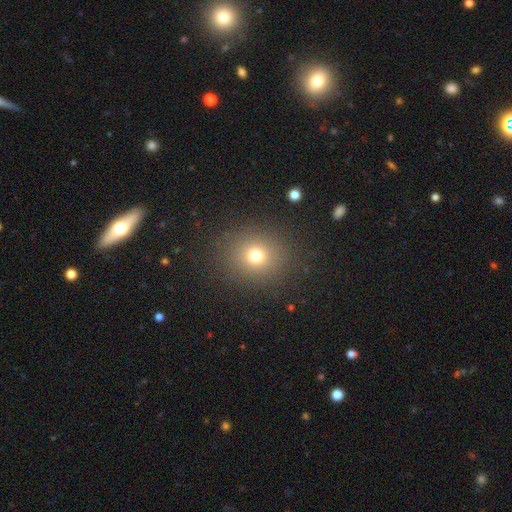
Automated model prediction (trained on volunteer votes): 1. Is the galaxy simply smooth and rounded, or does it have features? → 73% smooth, 18% star or artifact, 10% featured or disk.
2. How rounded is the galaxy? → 80% round, 19% in between, 1% cigar-shaped.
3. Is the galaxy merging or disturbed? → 87% none, 8% minor disturbance, 4% major disturbance, 1% merger.